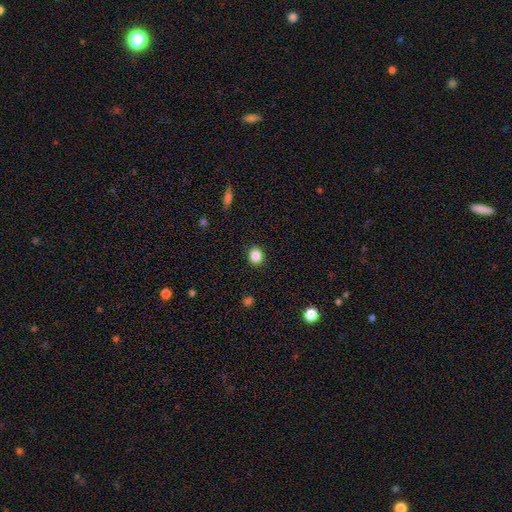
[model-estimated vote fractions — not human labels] This appears to be a smooth galaxy with no disk features (86%) that is round (76%). Merging: none (90%).